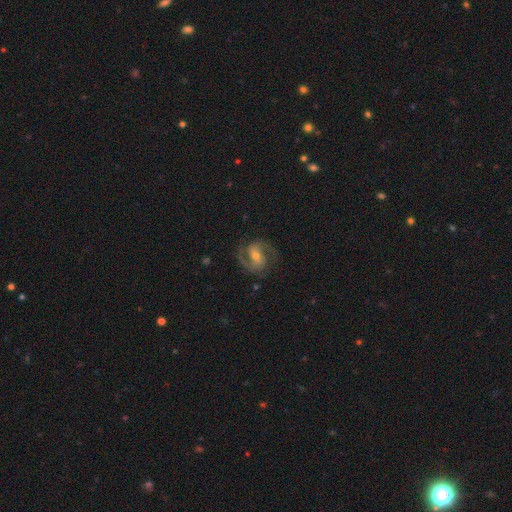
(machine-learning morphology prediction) A featured or disk galaxy (88%) with a weak bar (44%), 2 (91%) medium (61%) spiral arms (97%) and a moderate central bulge (48%).

Vote fractions:
- Smooth or featured? featured or disk: 88% / smooth: 6% / star or artifact: 5%
- Edge-on disk? no: 98% / yes: 2%
- Bar? weak: 44% / no: 30% / strong: 26%
- Spiral arms? yes: 97% / no: 3%
- Spiral winding? medium: 61% / loose: 19% / tight: 19%
- Spiral arm count? 2: 91% / can't tell: 2% / 3: 2% / 1: 2% / 4: 1% / more than 4: 1%
- Bulge size? moderate: 48% / small: 46% / large: 3% / none: 2% / dominant: 1%
- Merging? none: 78% / minor disturbance: 13% / major disturbance: 7% / merger: 1%